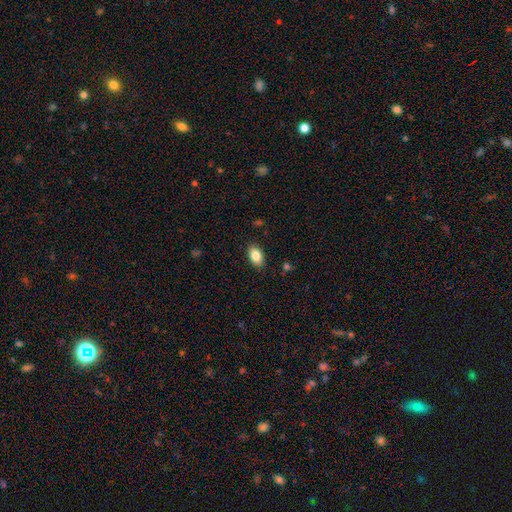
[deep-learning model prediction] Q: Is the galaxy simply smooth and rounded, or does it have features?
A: smooth — 85%.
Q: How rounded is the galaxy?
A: in between — 91%.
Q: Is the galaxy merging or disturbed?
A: none — 88%.